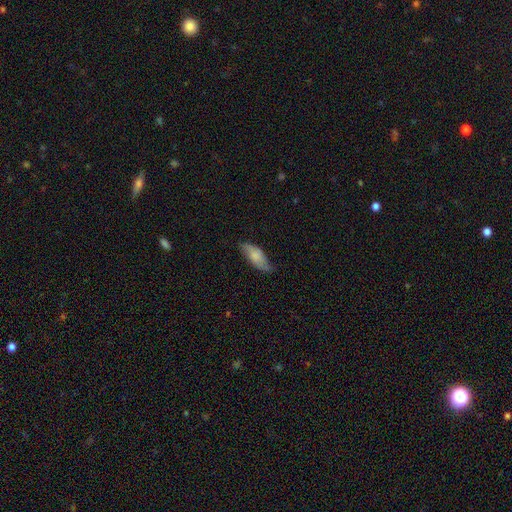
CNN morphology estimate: Overall: smooth (64%; featured or disk 30%). How rounded: in between (76%). Merging: none (68%).